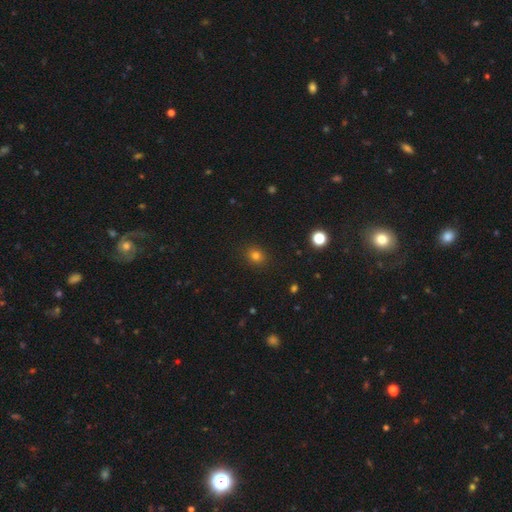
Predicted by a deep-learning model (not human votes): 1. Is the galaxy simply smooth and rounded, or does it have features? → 78% smooth, 16% star or artifact, 6% featured or disk.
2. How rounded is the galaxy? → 71% round, 28% in between, 1% cigar-shaped.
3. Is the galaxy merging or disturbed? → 89% none, 7% minor disturbance, 2% major disturbance, 1% merger.